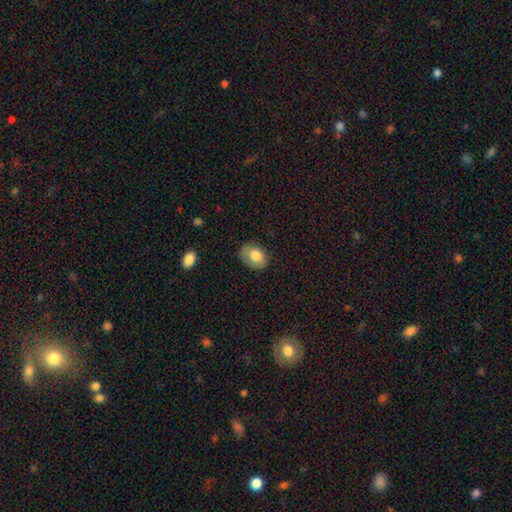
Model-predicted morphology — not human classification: smooth_or_featured: smooth (p=0.75) [alt: featured or disk p=0.17]
how_rounded: in between (p=0.77) [alt: round p=0.22]
merging: none (p=0.73) [alt: minor disturbance p=0.20]